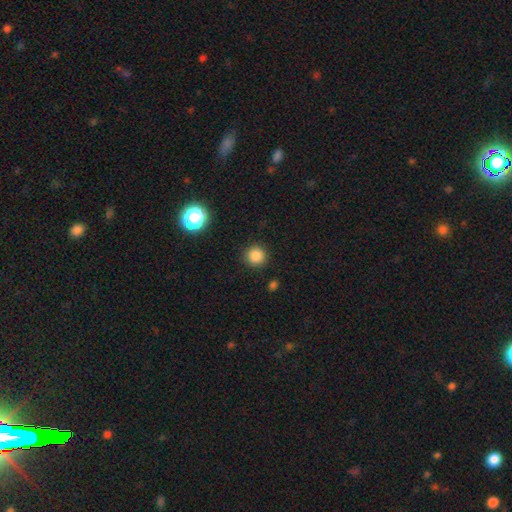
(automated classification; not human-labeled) Overall: smooth (84%). How rounded: round (94%). Merging: none (90%).